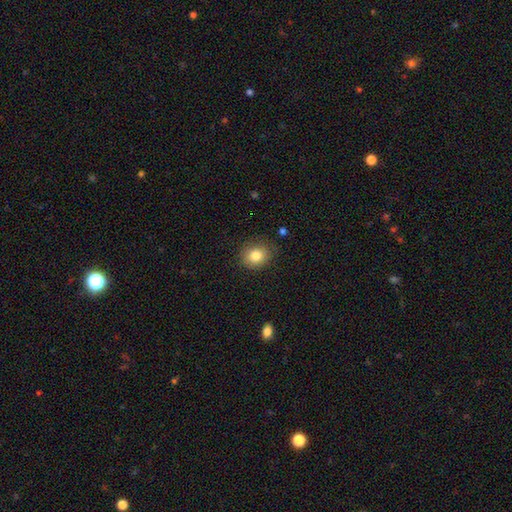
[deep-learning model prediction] This appears to be a smooth galaxy with no disk features (83%) that is round (69%). Merging: none (84%).